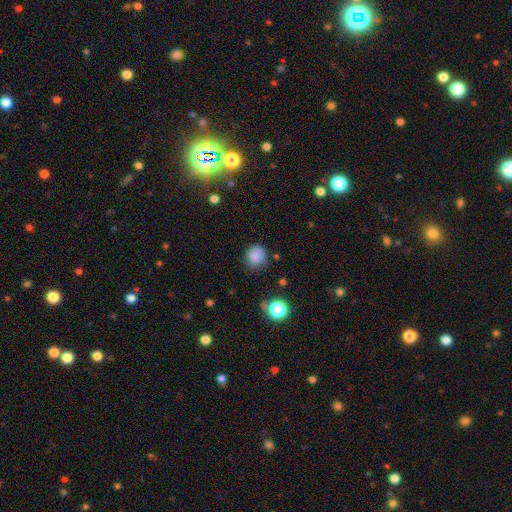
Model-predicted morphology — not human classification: type=smooth (83%); roundness=round (85%); merging=none (74%).